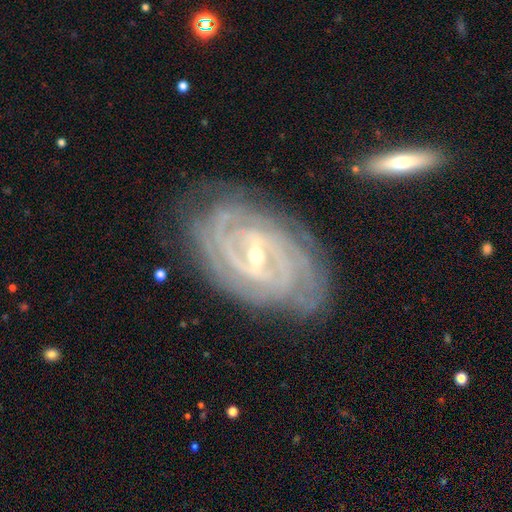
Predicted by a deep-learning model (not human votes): The model was most divided on "spiral arm count": 2: 25%, 4: 22%, 3: 20%, can't tell: 19%, more than 4: 9%, 1: 6%. More confident: spiral arms — yes (98%); edge-on disk — no (96%); smooth or featured — featured or disk (92%); spiral winding — tight (82%); merging — none (79%); bulge size — small (64%); bar — strong (52%).